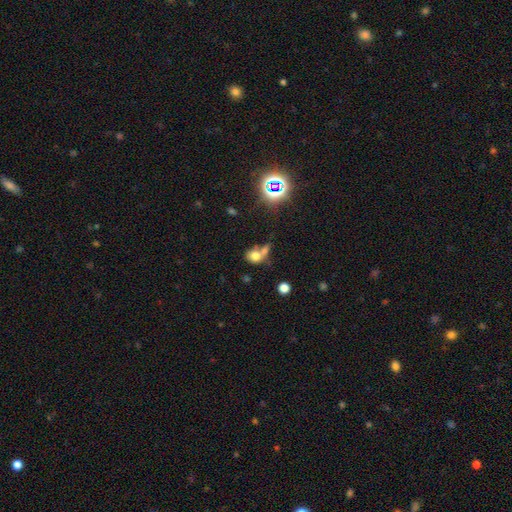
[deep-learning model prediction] Smooth or featured: smooth — 70% (star or artifact — 17%)
How rounded: round — 58% (in between — 40%)
Merging: merger — 46% (none — 34%)